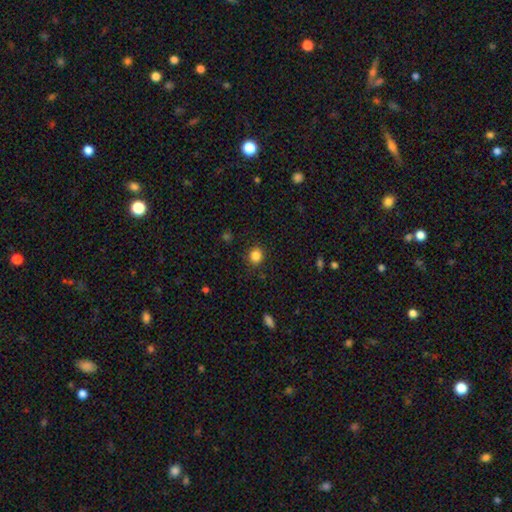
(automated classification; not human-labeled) A smooth galaxy with no disk features (85%) that is round (76%).

Vote fractions:
- Smooth or featured? smooth: 85% / star or artifact: 11% / featured or disk: 4%
- How rounded? round: 76% / in between: 23% / cigar-shaped: 1%
- Merging? none: 87% / minor disturbance: 9% / major disturbance: 3% / merger: 1%